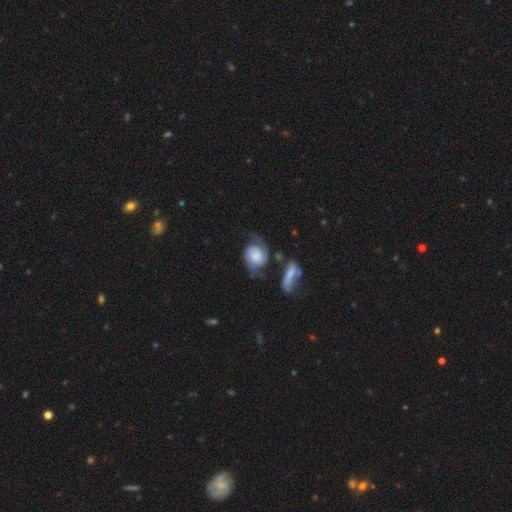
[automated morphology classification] Smooth or featured?
  - featured or disk: 70% *
  - smooth: 24%
  - star or artifact: 7%
Edge-on disk?
  - no: 97% *
  - yes: 3%
Bar?
  - no: 66% *
  - weak: 28%
  - strong: 6%
Spiral arms?
  - yes: 93% *
  - no: 7%
Spiral winding?
  - medium: 43% *
  - loose: 33%
  - tight: 24%
Spiral arm count?
  - 2: 86% *
  - can't tell: 6%
  - 1: 5%
  - 3: 2%
  - 4: 1%
  - more than 4: 1%
Bulge size?
  - small: 33% *
  - moderate: 26%
  - none: 18%
  - large: 17%
  - dominant: 6%
Merging?
  - none: 46% *
  - minor disturbance: 22%
  - merger: 16%
  - major disturbance: 16%